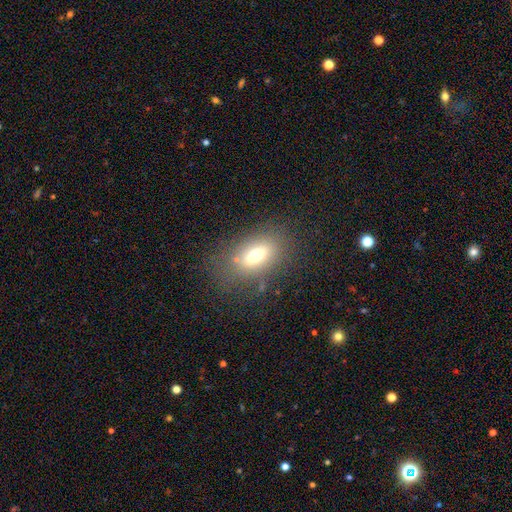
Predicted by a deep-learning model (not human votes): Overall: smooth (64%). How rounded: in between (81%). Merging: none (73%).